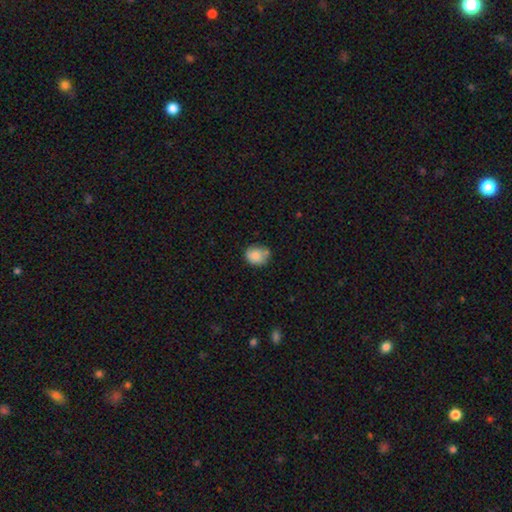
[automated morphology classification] Smooth or featured: smooth — 83% (star or artifact — 8%)
How rounded: round — 64% (in between — 35%)
Merging: none — 63% (minor disturbance — 23%)